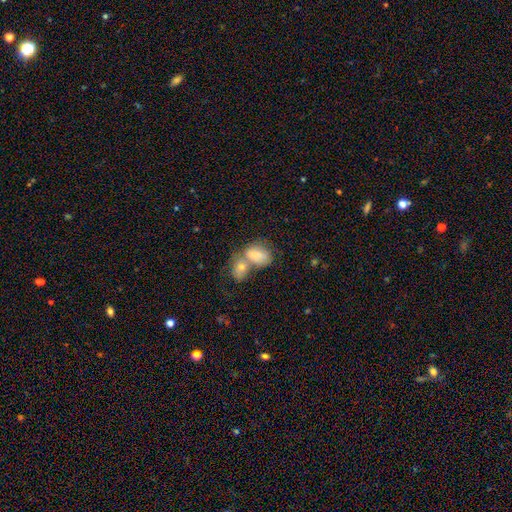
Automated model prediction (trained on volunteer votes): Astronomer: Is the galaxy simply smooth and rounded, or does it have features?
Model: smooth — 79%.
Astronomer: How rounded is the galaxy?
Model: in between — 87%.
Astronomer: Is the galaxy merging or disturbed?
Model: merger — 65%.